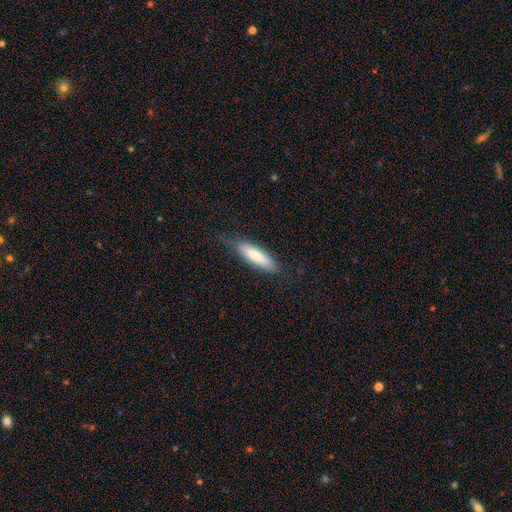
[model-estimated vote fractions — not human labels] Overall: smooth (77%). How rounded: cigar-shaped (64%; in between 34%). Merging: none (77%).